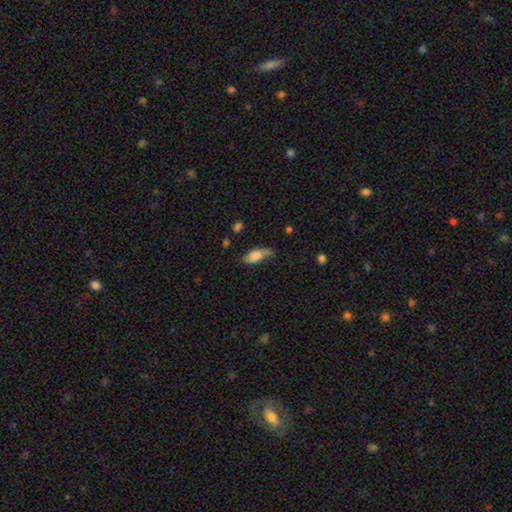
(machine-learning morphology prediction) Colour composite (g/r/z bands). It shows a smooth galaxy with no disk features (71%) that is in between round and cigar-shaped (85%). Merging: none (47%).